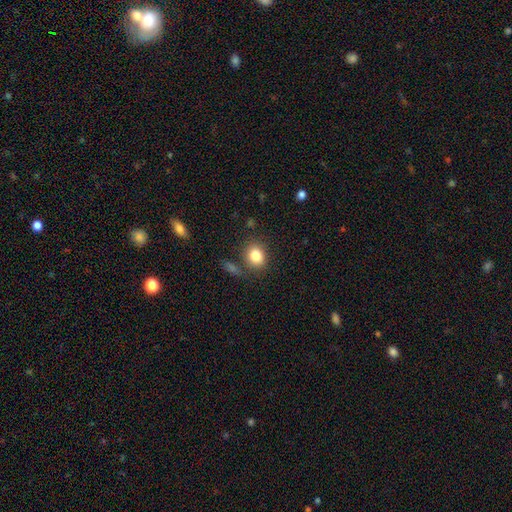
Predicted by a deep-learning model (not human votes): Smooth or featured? smooth (83%)
How rounded? round (53%)
Merging? none (77%)